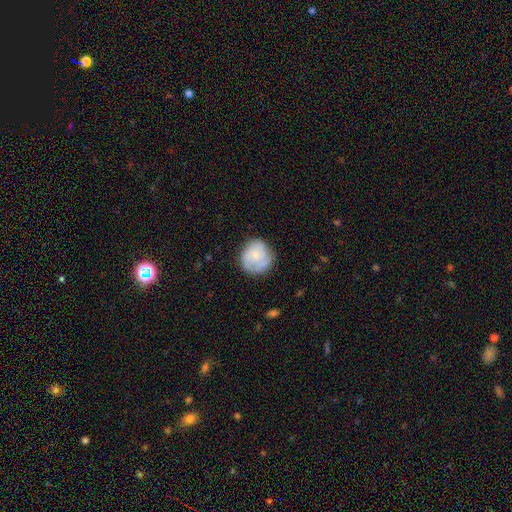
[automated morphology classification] A smooth galaxy with no disk features (51%) that is round (87%). Merging: none (70%).